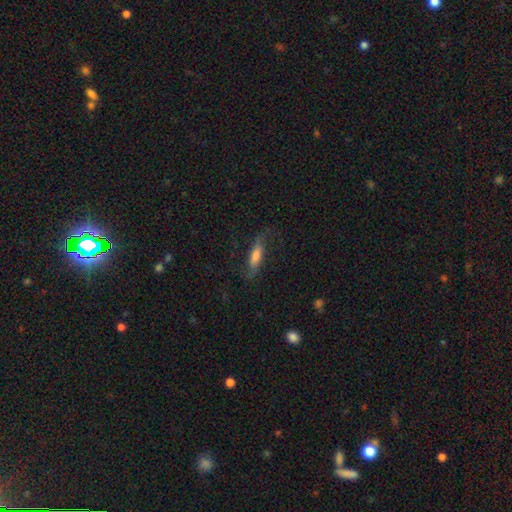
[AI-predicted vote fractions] This appears to be a smooth galaxy with no disk features (47%). Merging: none (65%).